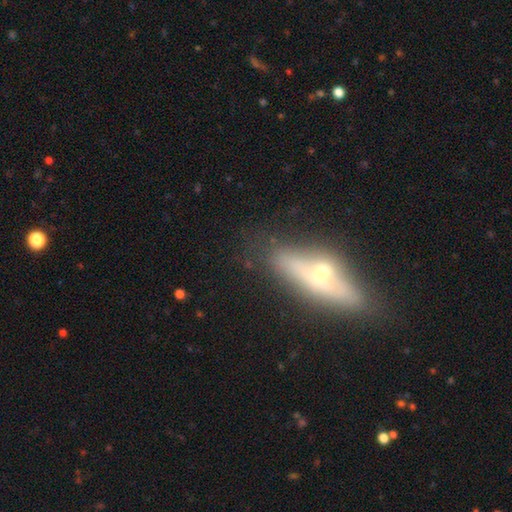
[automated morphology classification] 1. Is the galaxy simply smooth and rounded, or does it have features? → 64% featured or disk, 25% smooth, 11% star or artifact.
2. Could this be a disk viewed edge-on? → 80% yes, 20% no.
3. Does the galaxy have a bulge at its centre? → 87% rounded, 7% none, 6% boxy.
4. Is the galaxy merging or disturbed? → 78% none, 14% minor disturbance, 5% major disturbance, 3% merger.